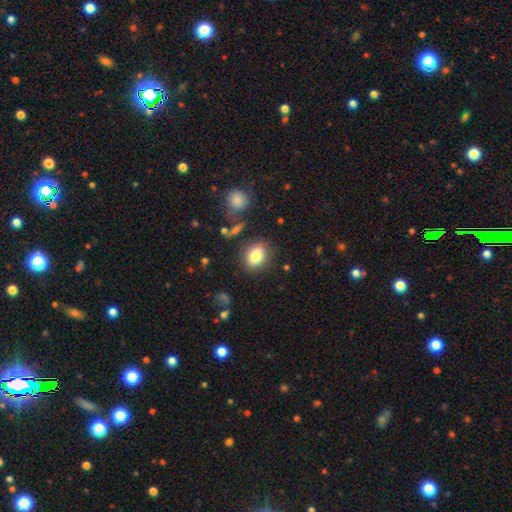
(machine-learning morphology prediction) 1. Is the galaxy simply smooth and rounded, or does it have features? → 83% smooth, 9% star or artifact, 8% featured or disk.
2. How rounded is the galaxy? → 67% in between, 31% round, 2% cigar-shaped.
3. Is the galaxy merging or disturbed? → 79% none, 13% minor disturbance, 4% major disturbance, 4% merger.